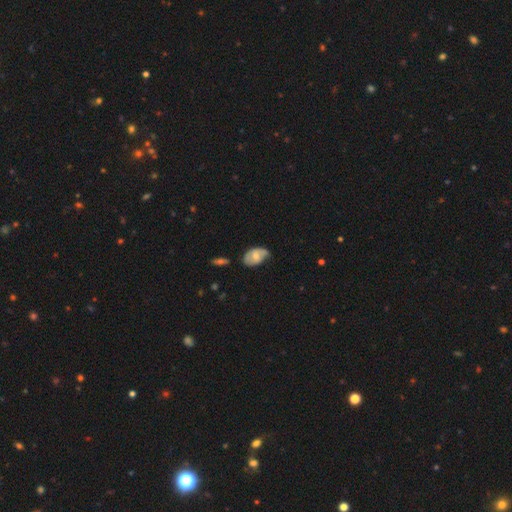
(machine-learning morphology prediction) This is possibly a smooth galaxy (51%). How rounded: clearly in between (91%). Merging: possibly none (49%).